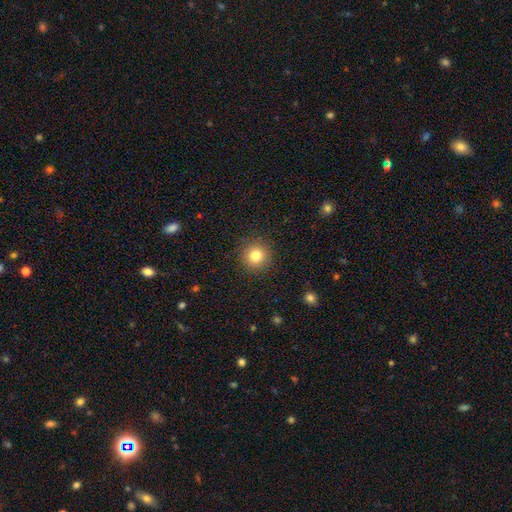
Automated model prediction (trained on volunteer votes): smooth_or_featured: smooth (p=0.82) [alt: star or artifact p=0.12]
how_rounded: round (p=0.94) [alt: in between p=0.05]
merging: none (p=0.91) [alt: minor disturbance p=0.06]